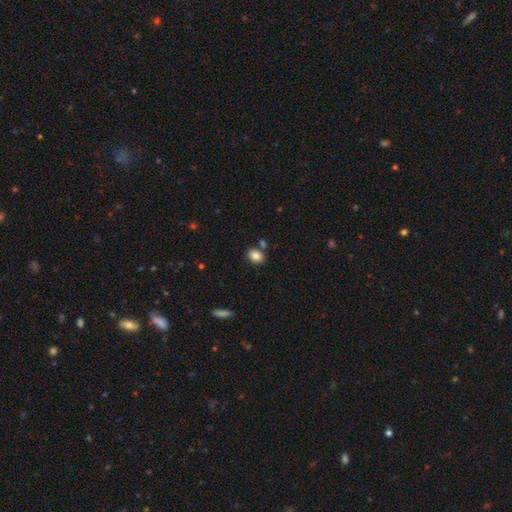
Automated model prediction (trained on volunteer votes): Q: Smooth or featured?
A: smooth (85%); runner-up: star or artifact (9%)
Q: How rounded?
A: in between (66%); runner-up: round (33%)
Q: Merging?
A: none (74%); runner-up: merger (12%)